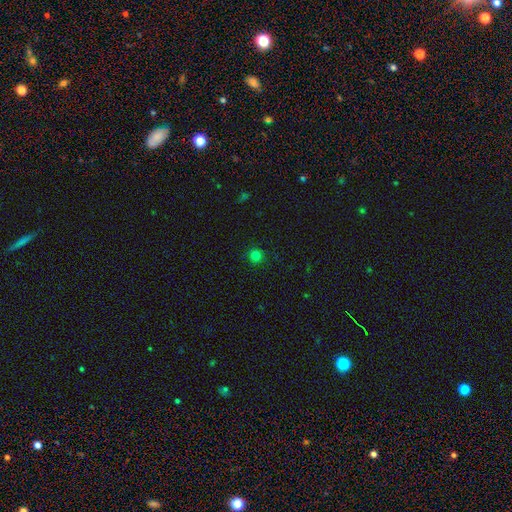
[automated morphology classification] Smooth or featured?
  - smooth: 78% *
  - star or artifact: 18%
  - featured or disk: 4%
How rounded?
  - round: 95% *
  - in between: 4%
  - cigar-shaped: 1%
Merging?
  - none: 89% *
  - minor disturbance: 7%
  - major disturbance: 2%
  - merger: 1%